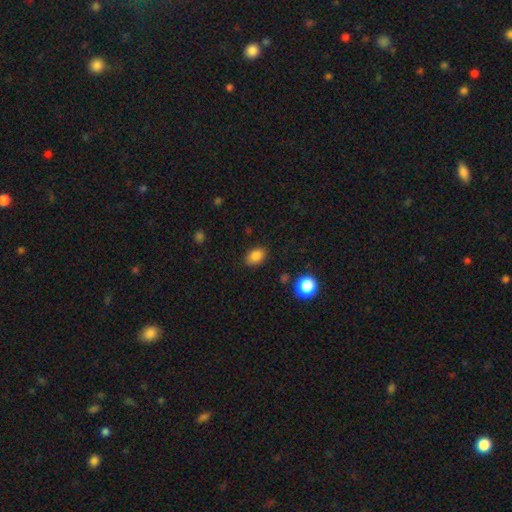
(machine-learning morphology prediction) smooth_or_featured: smooth (p=0.85) [alt: star or artifact p=0.10]
how_rounded: in between (p=0.75) [alt: round p=0.24]
merging: none (p=0.83) [alt: minor disturbance p=0.12]